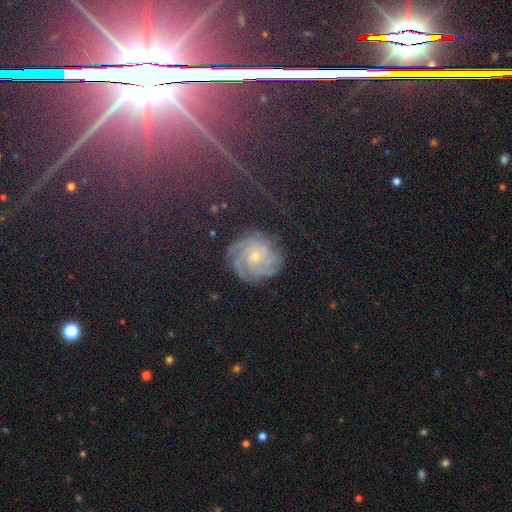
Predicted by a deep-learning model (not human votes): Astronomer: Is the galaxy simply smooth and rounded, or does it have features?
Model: featured or disk — 64%.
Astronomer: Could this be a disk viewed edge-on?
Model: no — 97%.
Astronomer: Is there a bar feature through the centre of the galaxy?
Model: no — 79%.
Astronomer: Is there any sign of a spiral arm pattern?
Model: yes — 97%.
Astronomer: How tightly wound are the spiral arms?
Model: tight — 75%.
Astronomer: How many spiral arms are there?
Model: can't tell — 24% (runner-up: 3, 23%).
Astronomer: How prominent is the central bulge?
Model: small — 74%.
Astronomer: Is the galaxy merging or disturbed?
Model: none — 79%.